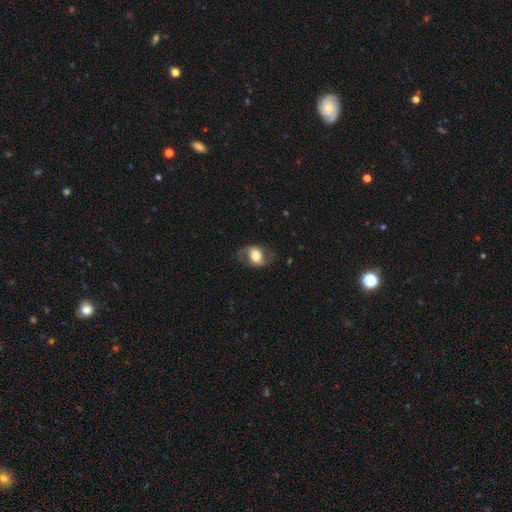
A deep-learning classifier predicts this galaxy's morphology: A featured or disk galaxy (51%).

Vote fractions:
- Smooth or featured? featured or disk: 51% / smooth: 41% / star or artifact: 7%
- Edge-on disk? no: 93% / yes: 7%
- Merging? none: 70% / minor disturbance: 17% / major disturbance: 12% / merger: 1%